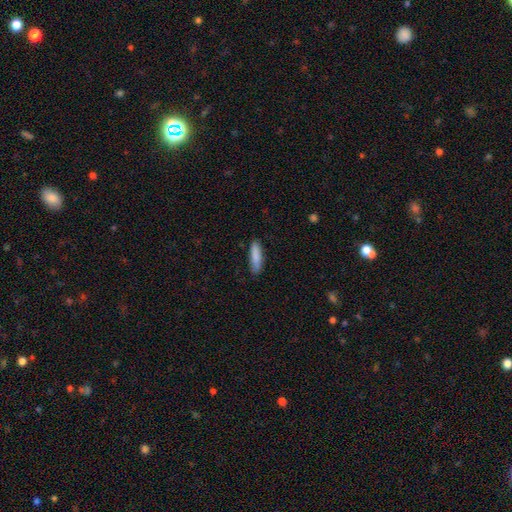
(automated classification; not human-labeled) Smooth or featured? smooth (87%)
How rounded? cigar-shaped (68%)
Merging? none (83%)